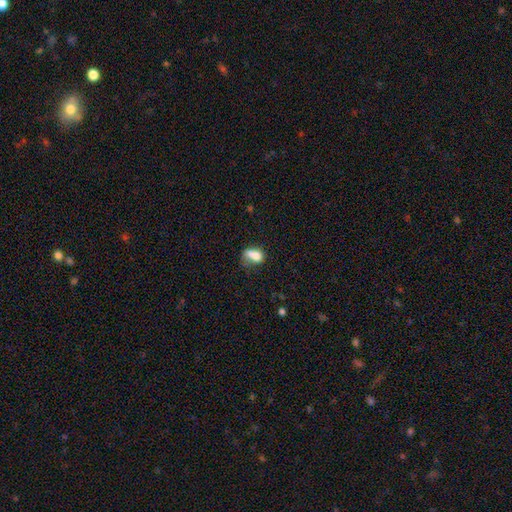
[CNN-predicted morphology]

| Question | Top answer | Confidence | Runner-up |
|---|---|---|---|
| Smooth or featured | smooth | 72% | featured or disk (17%) |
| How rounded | in between | 71% | round (25%) |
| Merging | merger | 28% | none (27%) |